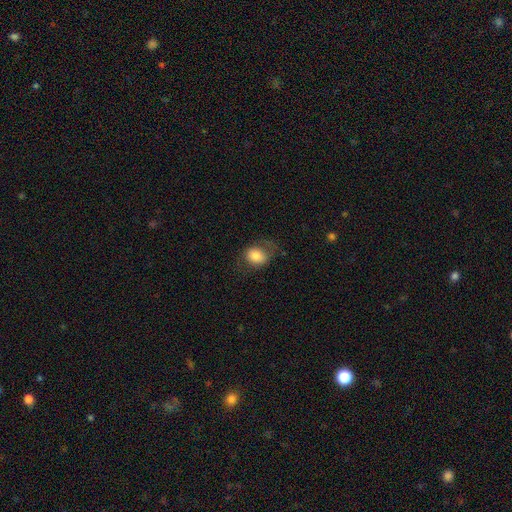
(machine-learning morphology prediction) Smooth or featured: smooth — 76% (featured or disk — 16%)
How rounded: round — 50% (in between — 49%)
Merging: none — 60% (minor disturbance — 22%)